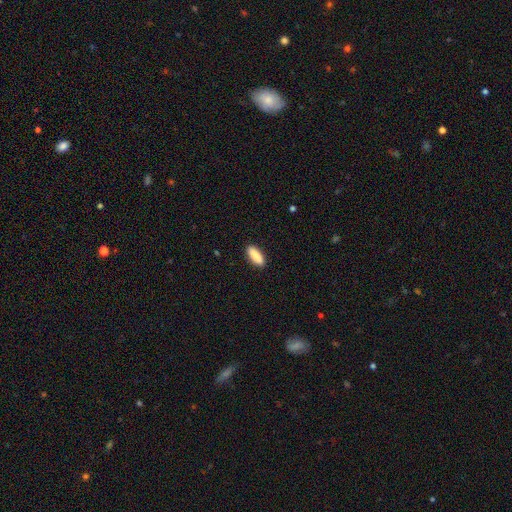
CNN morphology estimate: Overall: smooth (88%). How rounded: in between (65%; cigar-shaped 33%). Merging: none (90%).